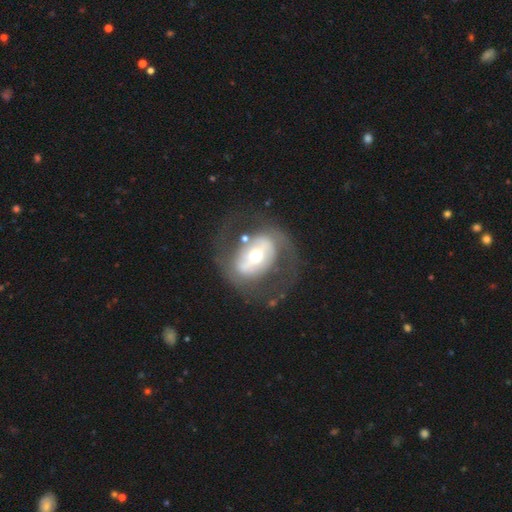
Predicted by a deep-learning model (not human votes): This is likely a featured or disk galaxy (71%). It is clearly not viewed edge-on (94%). Bar: marginally strong (40%). Spiral arm pattern: possibly no (51%). Central bulge: likely moderate (61%). Merging: likely none (60%).